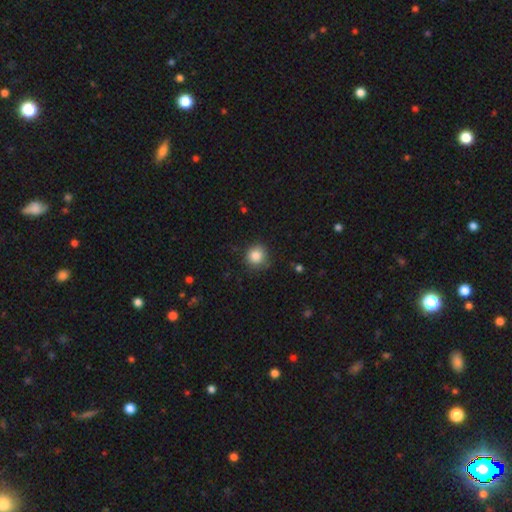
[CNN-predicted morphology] Q: Smooth or featured?
A: smooth (85%); runner-up: star or artifact (10%)
Q: How rounded?
A: round (91%); runner-up: in between (8%)
Q: Merging?
A: none (85%); runner-up: minor disturbance (11%)